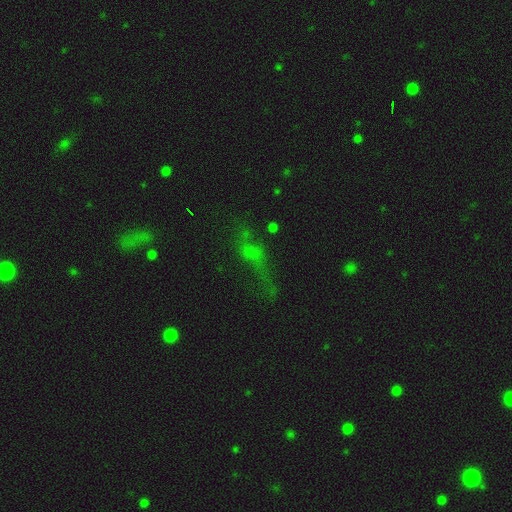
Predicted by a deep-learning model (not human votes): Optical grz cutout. It shows a star or artifact, not a galaxy (40%).